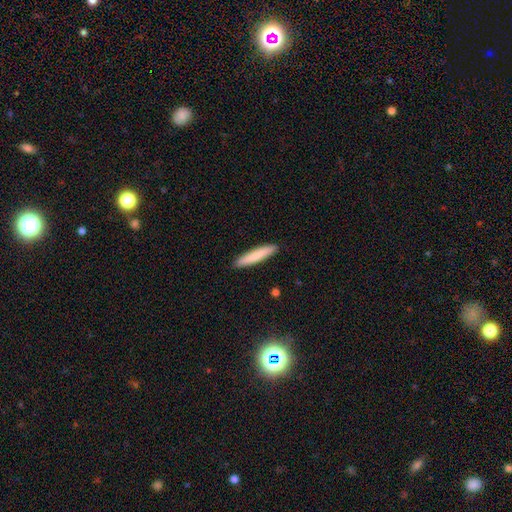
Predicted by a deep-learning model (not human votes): smooth-or-featured: smooth: 81% | featured or disk: 14% | star or artifact: 5%
  how-rounded: cigar-shaped: 91% | in between: 8% | round: 1%
  merging: none: 91% | minor disturbance: 6% | major disturbance: 1% | merger: 1%